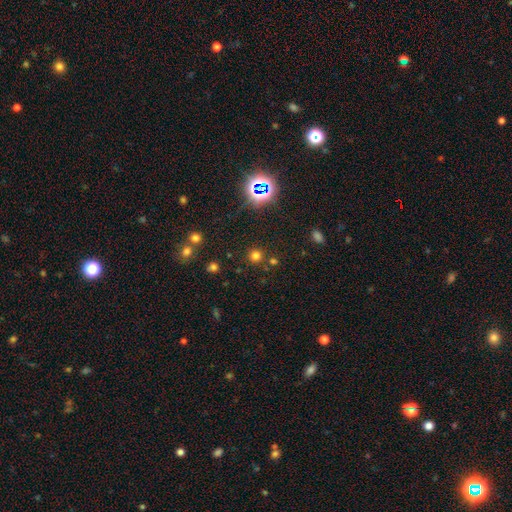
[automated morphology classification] A smooth galaxy with no disk features (67%) that is round (93%).

Vote fractions:
- Smooth or featured? smooth: 67% / star or artifact: 27% / featured or disk: 6%
- How rounded? round: 93% / in between: 6% / cigar-shaped: 1%
- Merging? none: 84% / merger: 6% / minor disturbance: 6% / major disturbance: 3%